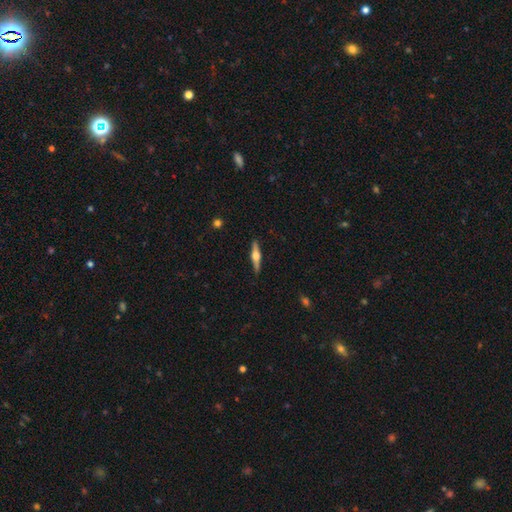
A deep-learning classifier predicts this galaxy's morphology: This is likely a featured or disk galaxy (69%). It is clearly viewed edge-on (97%). Edge-on bulge: clearly rounded (93%). Merging: clearly none (89%).